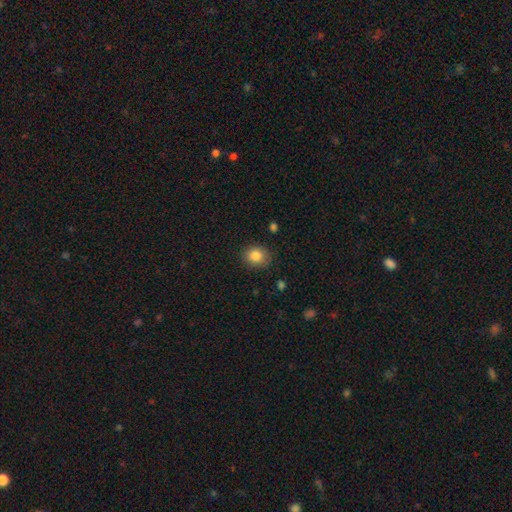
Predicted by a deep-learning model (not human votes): smooth-or-featured: smooth: 85% | star or artifact: 10% | featured or disk: 6%
  how-rounded: round: 74% | in between: 25% | cigar-shaped: 1%
  merging: none: 84% | minor disturbance: 12% | major disturbance: 3% | merger: 1%